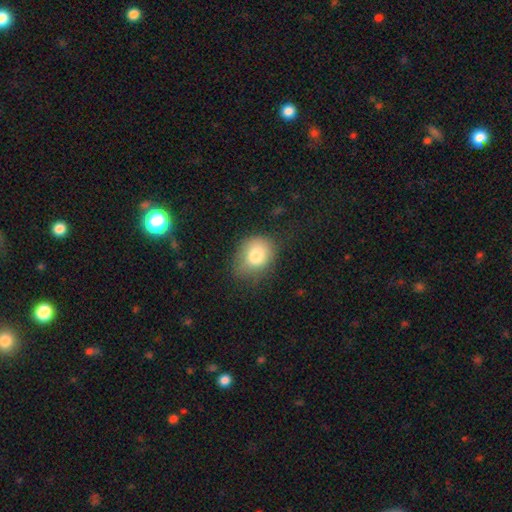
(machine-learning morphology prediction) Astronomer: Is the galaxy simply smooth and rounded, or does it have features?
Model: smooth — 80%.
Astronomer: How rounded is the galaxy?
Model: round — 52% (runner-up: in between, 47%).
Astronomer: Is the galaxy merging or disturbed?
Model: none — 60%.